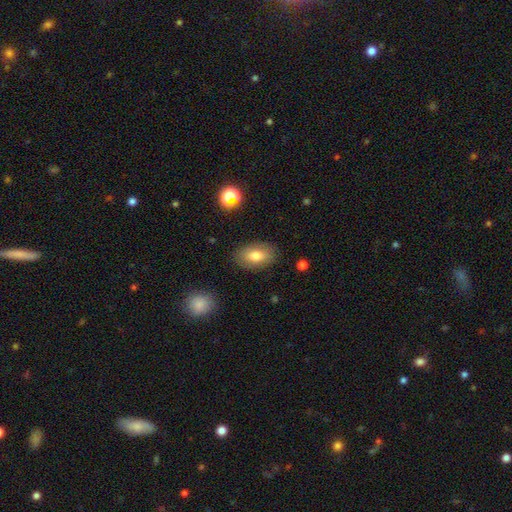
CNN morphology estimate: Q: Smooth or featured?
A: smooth (75%); runner-up: featured or disk (17%)
Q: How rounded?
A: in between (90%); runner-up: round (8%)
Q: Merging?
A: none (85%); runner-up: minor disturbance (11%)